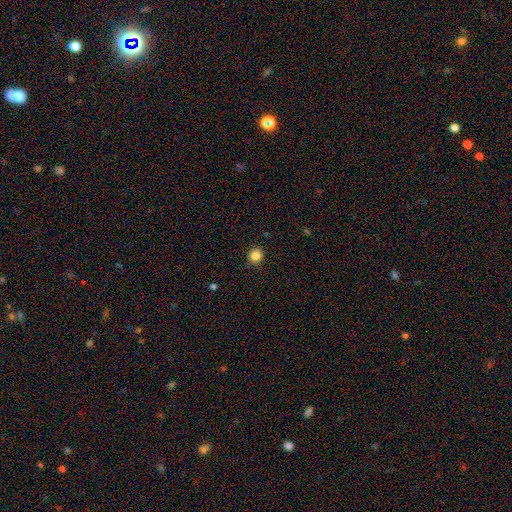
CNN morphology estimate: type=smooth (84%); roundness=round (86%); merging=none (89%).